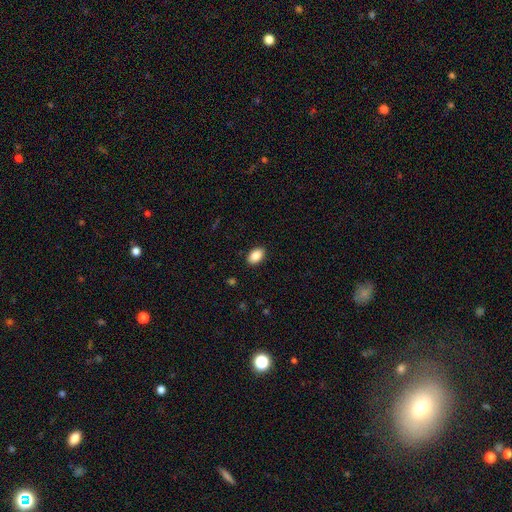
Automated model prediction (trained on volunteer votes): A smooth galaxy with no disk features (88%) that is in between round and cigar-shaped (90%).

Vote fractions:
- Smooth or featured? smooth: 88% / star or artifact: 7% / featured or disk: 5%
- How rounded? in between: 90% / round: 9% / cigar-shaped: 1%
- Merging? none: 89% / minor disturbance: 8% / major disturbance: 2% / merger: 1%